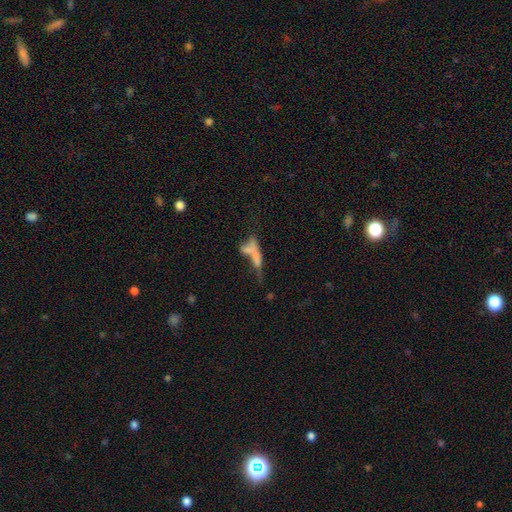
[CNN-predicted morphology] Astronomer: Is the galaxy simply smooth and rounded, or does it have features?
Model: smooth — 53% (runner-up: featured or disk, 33%).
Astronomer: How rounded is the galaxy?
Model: cigar-shaped — 52% (runner-up: in between, 42%).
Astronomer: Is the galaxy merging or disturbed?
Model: merger — 49%.